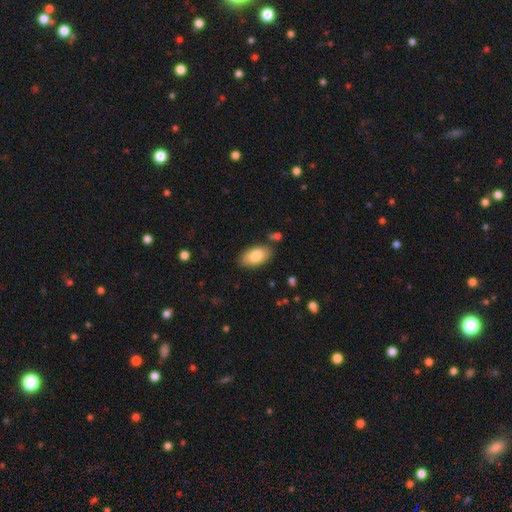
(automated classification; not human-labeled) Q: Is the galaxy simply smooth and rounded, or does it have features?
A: smooth — 83%.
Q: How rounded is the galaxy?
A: in between — 94%.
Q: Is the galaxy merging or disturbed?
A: none — 82%.